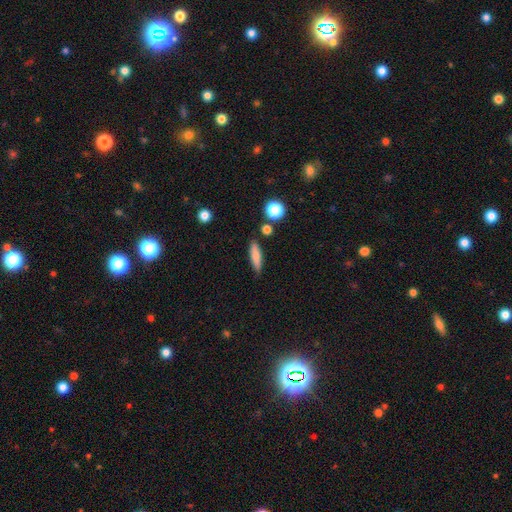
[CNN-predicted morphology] A smooth galaxy with no disk features (78%) that is cigar-shaped (70%).

Vote fractions:
- Smooth or featured? smooth: 78% / featured or disk: 14% / star or artifact: 8%
- How rounded? cigar-shaped: 70% / in between: 26% / round: 4%
- Merging? none: 81% / minor disturbance: 12% / merger: 4% / major disturbance: 3%